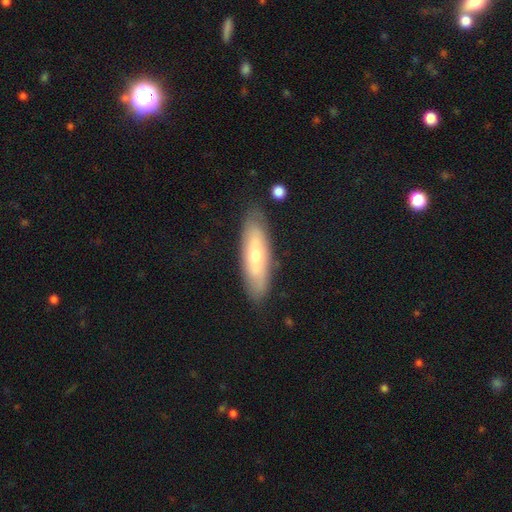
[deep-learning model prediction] This is possibly a smooth galaxy (50%). How rounded: possibly cigar-shaped (50%). Merging: clearly none (82%).